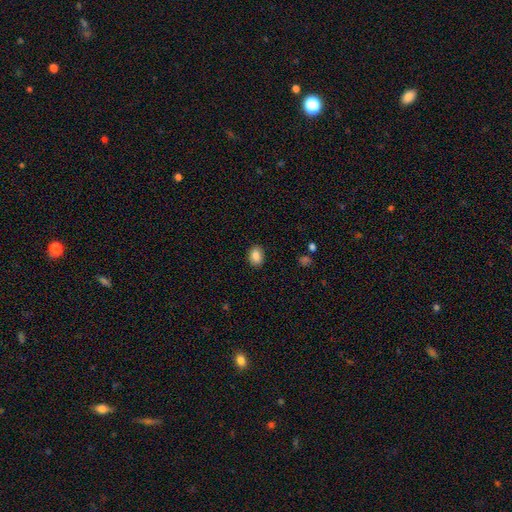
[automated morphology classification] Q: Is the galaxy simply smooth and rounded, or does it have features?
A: smooth — 87%.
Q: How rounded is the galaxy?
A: in between — 73%.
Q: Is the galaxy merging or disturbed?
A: none — 89%.